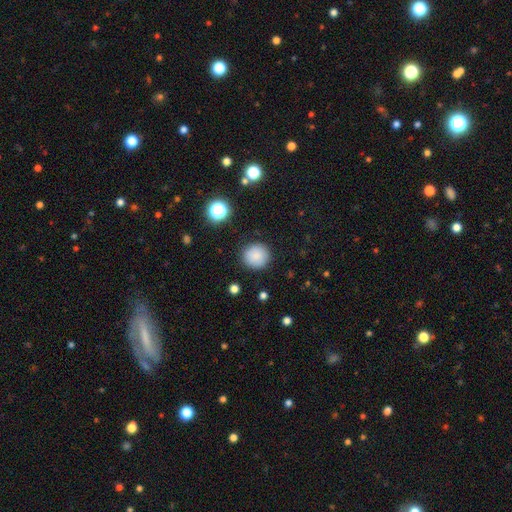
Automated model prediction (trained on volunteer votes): smooth_or_featured: smooth (p=0.85) [alt: star or artifact p=0.10]
how_rounded: round (p=0.93) [alt: in between p=0.06]
merging: none (p=0.89) [alt: minor disturbance p=0.08]